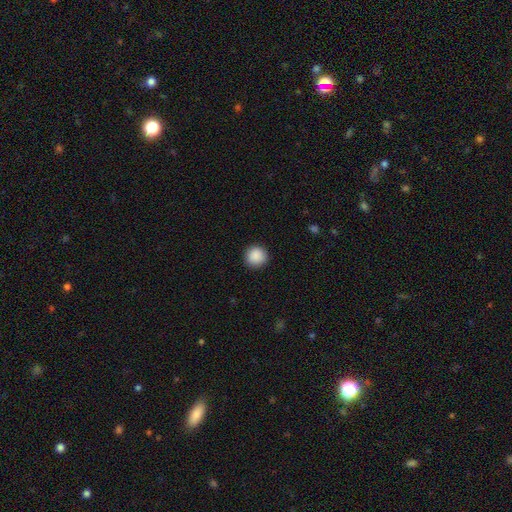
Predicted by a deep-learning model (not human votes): A smooth galaxy with no disk features (89%) that is round (94%).

Vote fractions:
- Smooth or featured? smooth: 89% / star or artifact: 8% / featured or disk: 3%
- How rounded? round: 94% / in between: 5% / cigar-shaped: 1%
- Merging? none: 91% / minor disturbance: 6% / major disturbance: 2% / merger: 1%